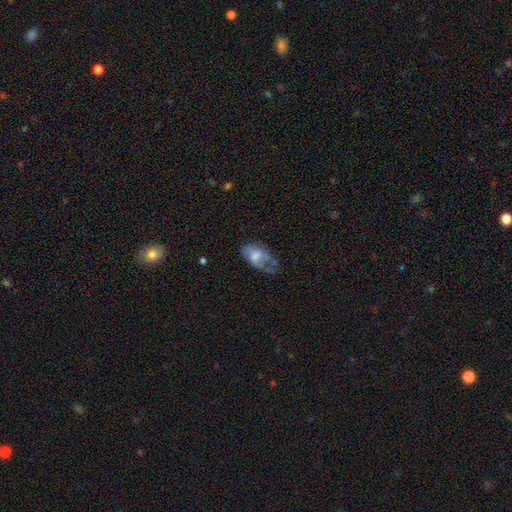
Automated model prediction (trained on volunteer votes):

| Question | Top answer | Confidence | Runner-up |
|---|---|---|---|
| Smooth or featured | smooth | 57% | featured or disk (35%) |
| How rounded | in between | 91% | round (6%) |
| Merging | major disturbance | 34% | minor disturbance (33%) |